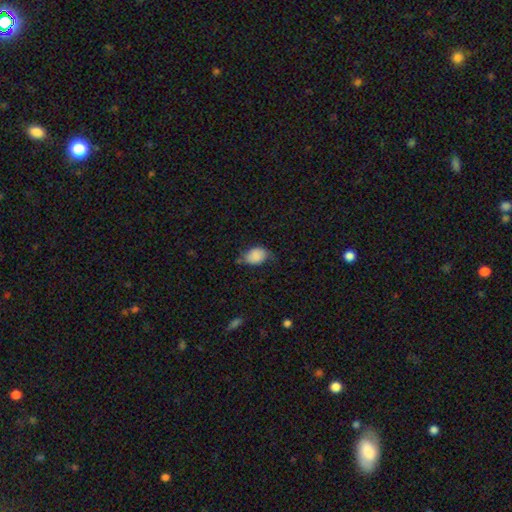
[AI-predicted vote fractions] Smooth or featured?
  - smooth: 83% *
  - featured or disk: 9%
  - star or artifact: 8%
How rounded?
  - in between: 75% *
  - round: 24%
  - cigar-shaped: 1%
Merging?
  - none: 51% *
  - minor disturbance: 36%
  - major disturbance: 10%
  - merger: 3%